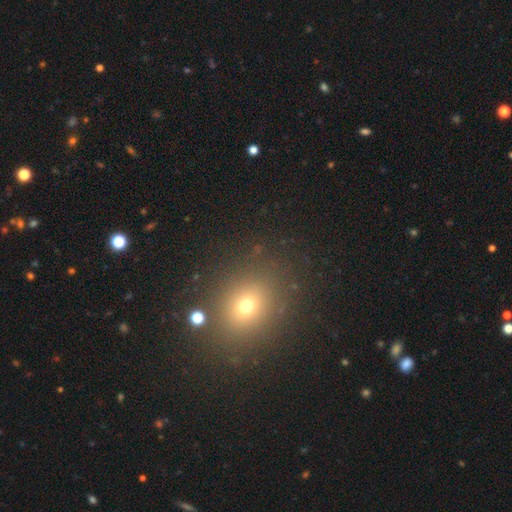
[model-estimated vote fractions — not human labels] Morphology: type=smooth (60%); roundness=round (65%); merging=none (87%).